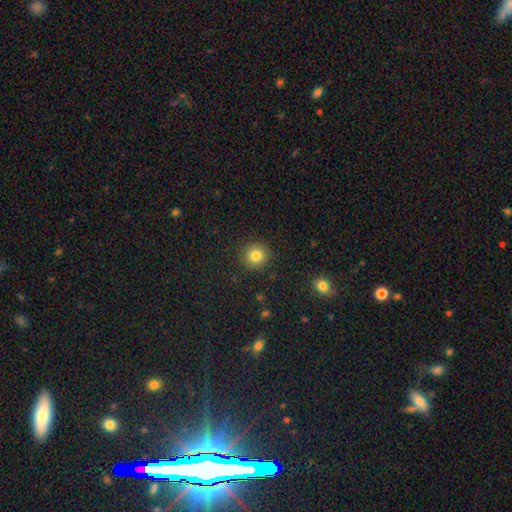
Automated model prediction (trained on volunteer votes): Smooth or featured: smooth — 83% (star or artifact — 11%)
How rounded: round — 93% (in between — 6%)
Merging: none — 91% (minor disturbance — 6%)